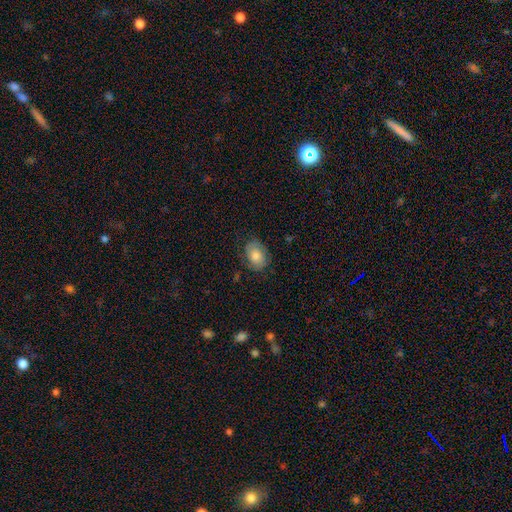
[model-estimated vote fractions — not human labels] Q: Smooth or featured?
A: smooth (60%); runner-up: featured or disk (32%)
Q: How rounded?
A: in between (71%); runner-up: round (28%)
Q: Merging?
A: none (75%); runner-up: minor disturbance (18%)